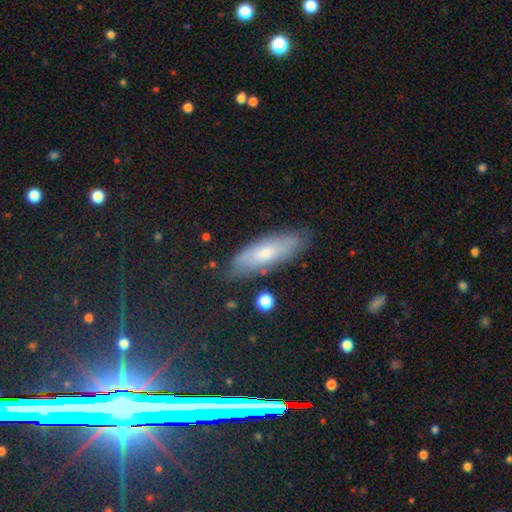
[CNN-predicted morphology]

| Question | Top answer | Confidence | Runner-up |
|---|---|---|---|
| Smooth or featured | smooth | 61% | featured or disk (30%) |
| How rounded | in between | 58% | cigar-shaped (40%) |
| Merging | none | 79% | minor disturbance (16%) |